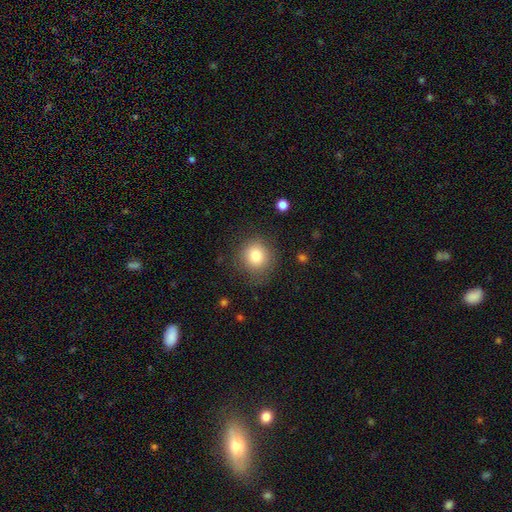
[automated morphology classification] This appears to be a smooth galaxy with no disk features (81%) that is round (87%). Merging: none (80%).